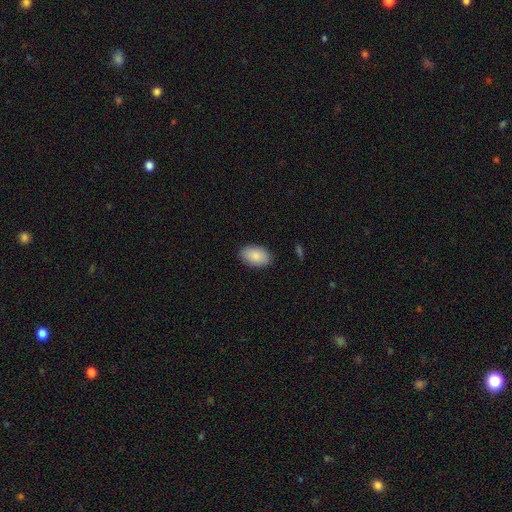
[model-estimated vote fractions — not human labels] smooth_or_featured: smooth (p=0.88) [alt: star or artifact p=0.06]
how_rounded: in between (p=0.93) [alt: round p=0.06]
merging: none (p=0.88) [alt: minor disturbance p=0.09]